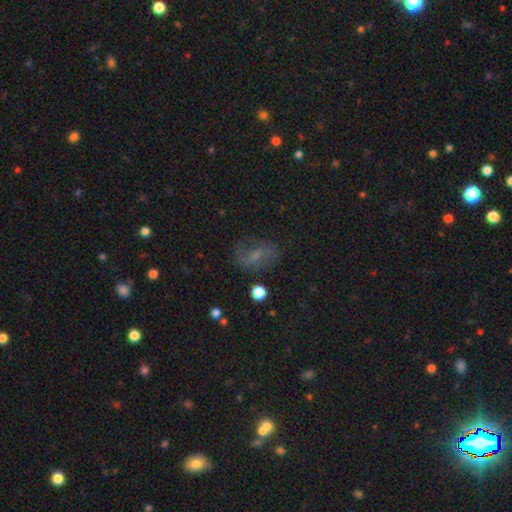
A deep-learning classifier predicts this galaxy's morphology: smooth 45%, featured or disk 35%, star or artifact 20%. Down the decision tree: merging — none (62%).